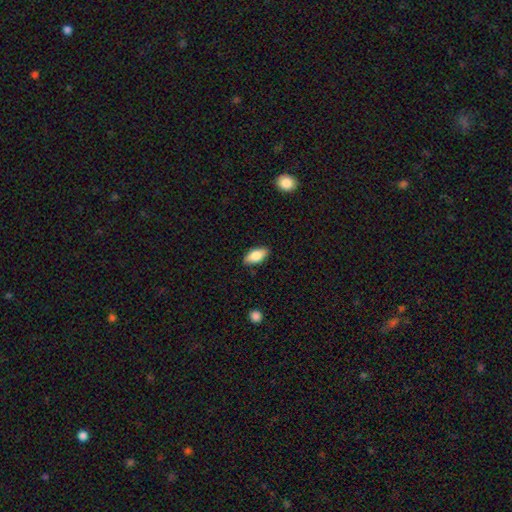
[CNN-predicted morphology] type=smooth (81%); roundness=in between (89%); merging=none (86%).